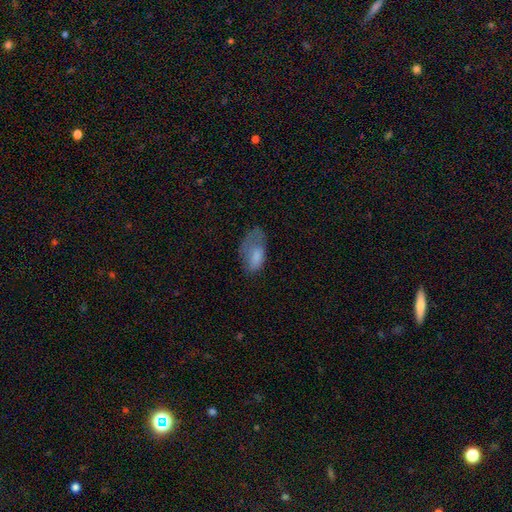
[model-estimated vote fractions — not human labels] Overall: smooth (73%). How rounded: in between (93%). Merging: major disturbance (34%; minor disturbance 33%).